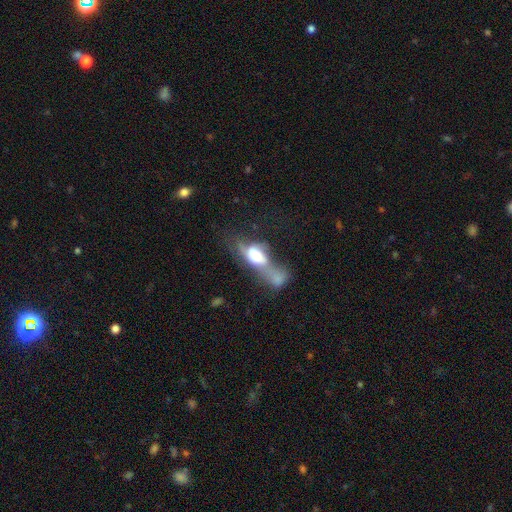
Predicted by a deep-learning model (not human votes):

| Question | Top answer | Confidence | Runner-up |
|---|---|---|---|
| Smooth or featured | smooth | 53% | featured or disk (37%) |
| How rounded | in between | 77% | cigar-shaped (13%) |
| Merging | merger | 57% | major disturbance (24%) |